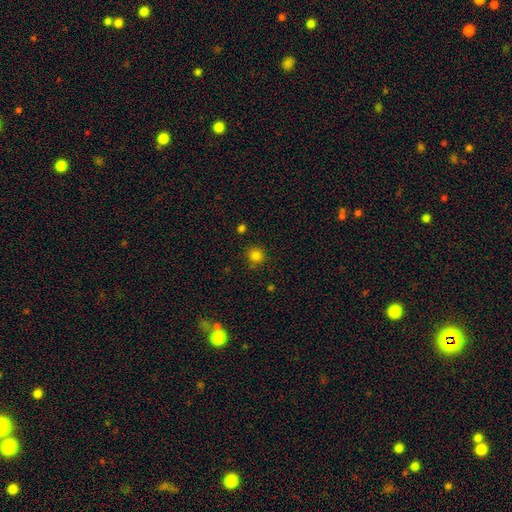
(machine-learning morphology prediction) This is clearly a smooth galaxy (82%). How rounded: clearly round (92%). Merging: clearly none (86%).